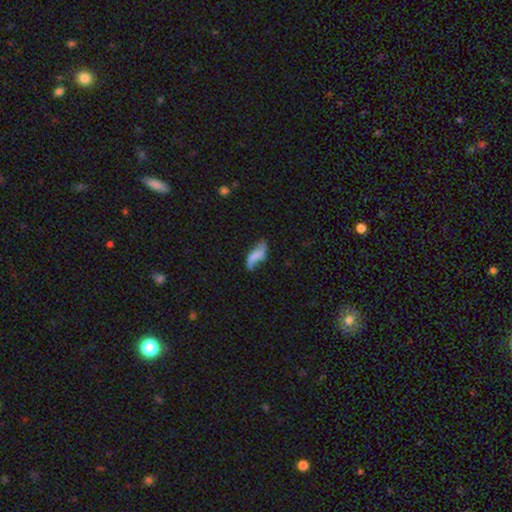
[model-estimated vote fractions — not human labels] smooth-or-featured: featured or disk: 46% | smooth: 45% | star or artifact: 9%
  merging: none: 44% | minor disturbance: 28% | major disturbance: 21% | merger: 6%